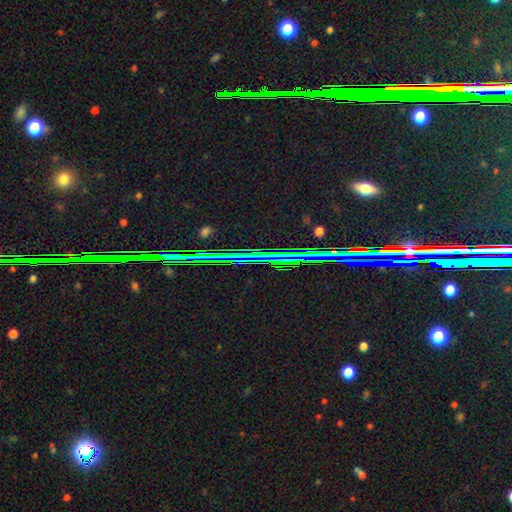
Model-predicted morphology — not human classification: Overall: star or artifact (83%).